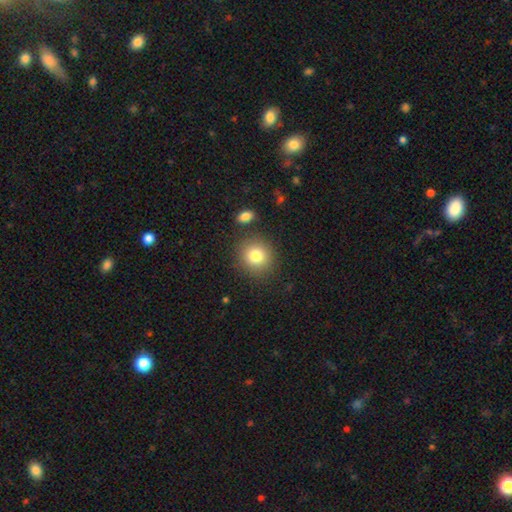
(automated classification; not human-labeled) Smooth or featured: smooth — 80% (star or artifact — 11%)
How rounded: round — 87% (in between — 12%)
Merging: none — 84% (minor disturbance — 8%)